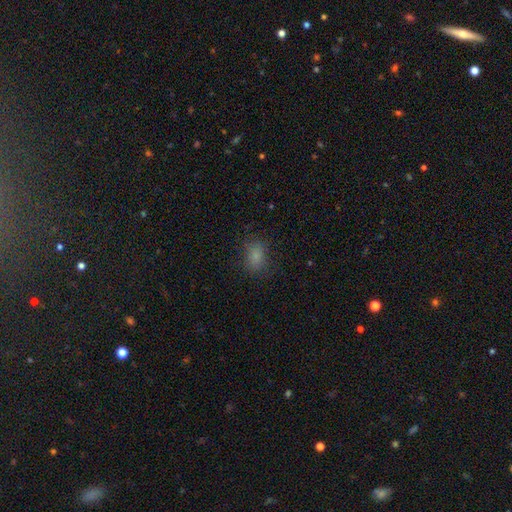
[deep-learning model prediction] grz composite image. It shows a smooth galaxy with no disk features (80%) that is in between round and cigar-shaped (77%). Merging: none (75%).